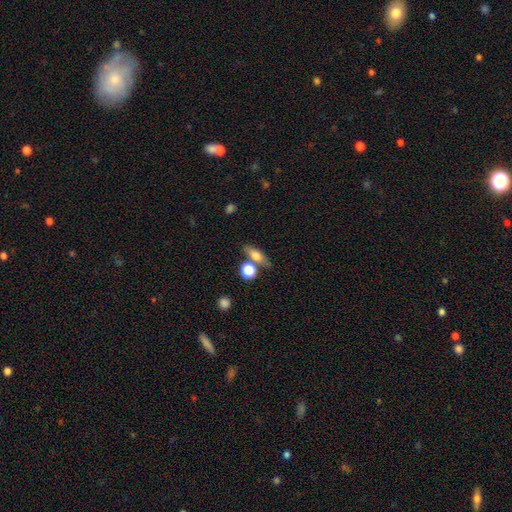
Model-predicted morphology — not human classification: type=smooth (65%); roundness=in between (54%); merging=none (67%).